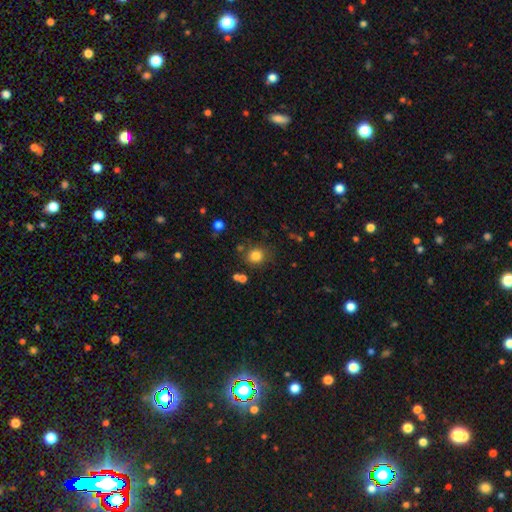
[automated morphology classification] Overall: smooth (82%). How rounded: round (84%). Merging: none (79%).